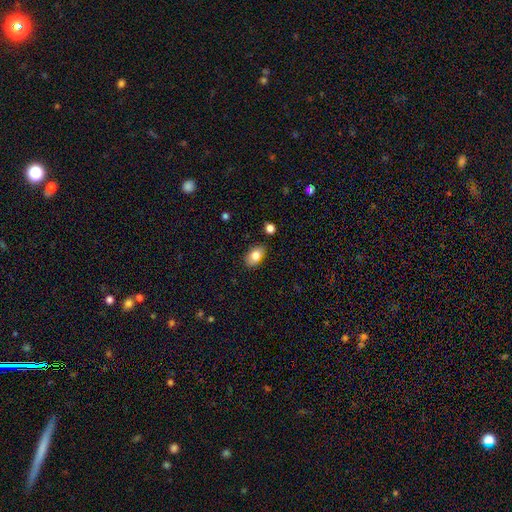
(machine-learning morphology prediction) smooth-or-featured: smooth: 82% | featured or disk: 10% | star or artifact: 8%
  how-rounded: in between: 88% | round: 10% | cigar-shaped: 2%
  merging: none: 81% | minor disturbance: 14% | major disturbance: 3% | merger: 2%